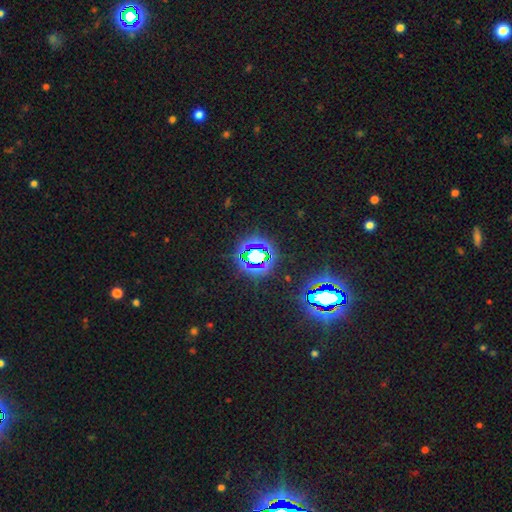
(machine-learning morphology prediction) The model was most divided on "smooth or featured": star or artifact: 67%, smooth: 21%, featured or disk: 12%.